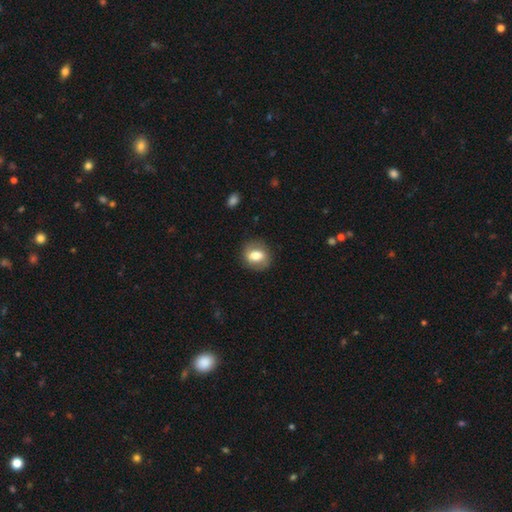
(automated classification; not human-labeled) A smooth galaxy with no disk features (63%) that is round (50%). Merging: none (83%).